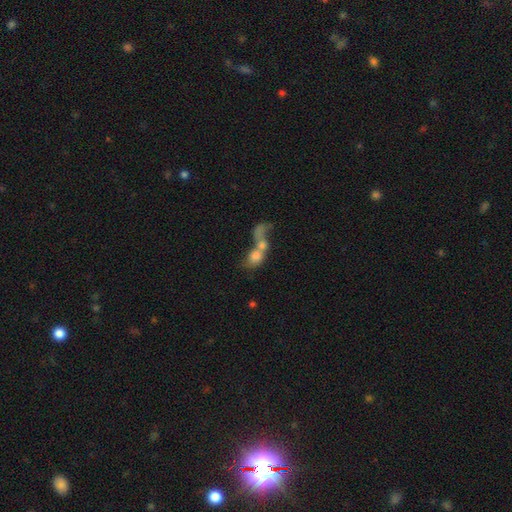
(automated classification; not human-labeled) smooth-or-featured: smooth: 63% | featured or disk: 27% | star or artifact: 11%
  how-rounded: in between: 52% | round: 42% | cigar-shaped: 6%
  merging: merger: 76% | major disturbance: 12% | none: 8% | minor disturbance: 4%